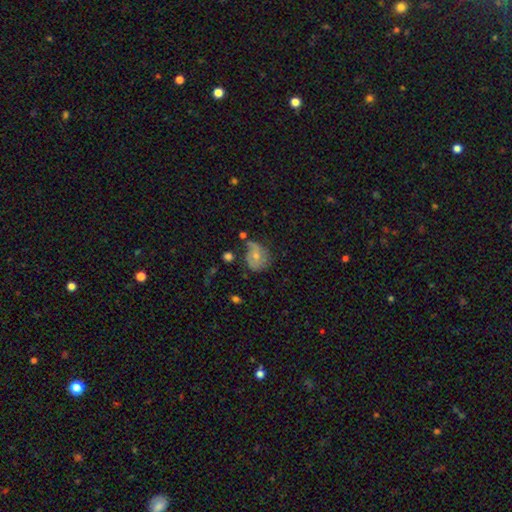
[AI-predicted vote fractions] Smooth or featured? Predicted: smooth (p=0.49). Merging? Predicted: none (p=0.40).